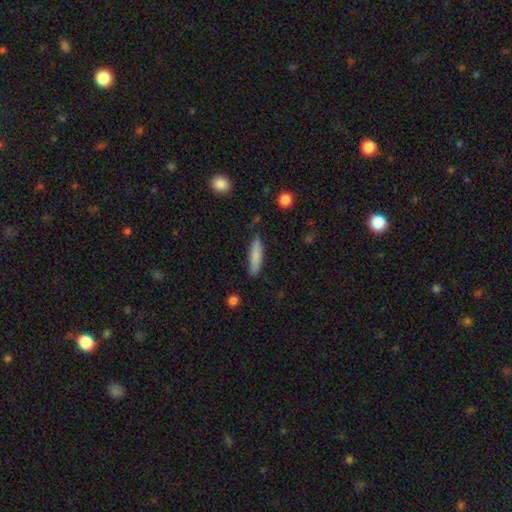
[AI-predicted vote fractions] Smooth or featured? Predicted: smooth (p=0.82). How rounded? Predicted: cigar-shaped (p=0.74). Merging? Predicted: none (p=0.82).